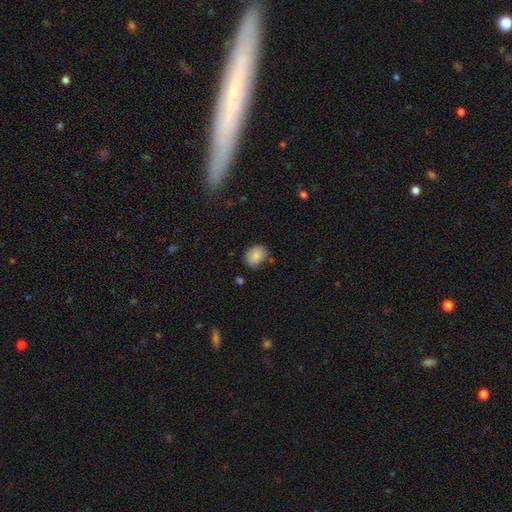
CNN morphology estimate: A smooth galaxy with no disk features (87%) that is in between round and cigar-shaped (75%).

Vote fractions:
- Smooth or featured? smooth: 87% / star or artifact: 8% / featured or disk: 5%
- How rounded? in between: 75% / round: 24% / cigar-shaped: 1%
- Merging? none: 77% / minor disturbance: 16% / major disturbance: 4% / merger: 3%